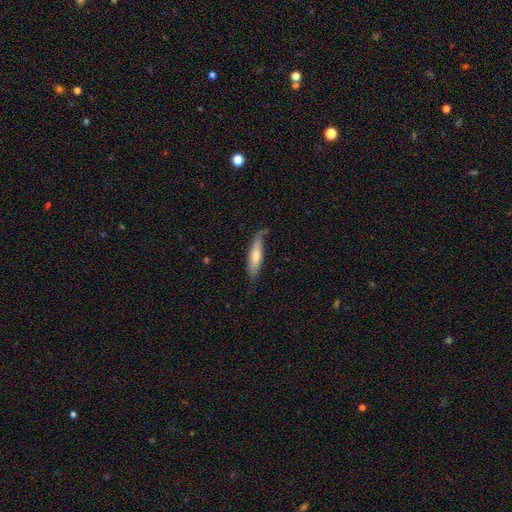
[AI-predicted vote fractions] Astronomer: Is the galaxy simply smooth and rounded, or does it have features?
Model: smooth — 66%.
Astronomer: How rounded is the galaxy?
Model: cigar-shaped — 69%.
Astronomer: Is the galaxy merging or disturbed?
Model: none — 63%.